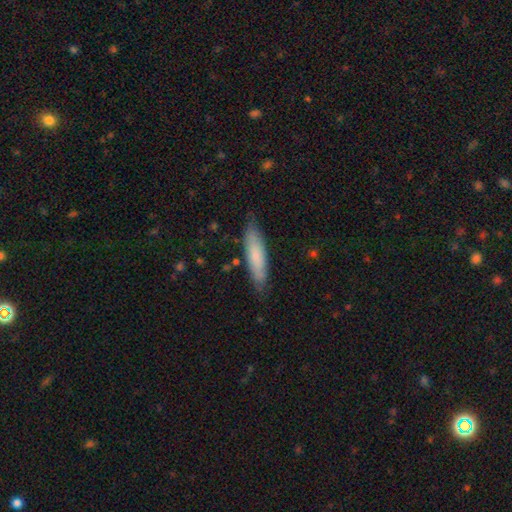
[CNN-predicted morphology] Smooth or featured: smooth — 72% (featured or disk — 22%)
How rounded: cigar-shaped — 77% (in between — 22%)
Merging: none — 81% (minor disturbance — 15%)